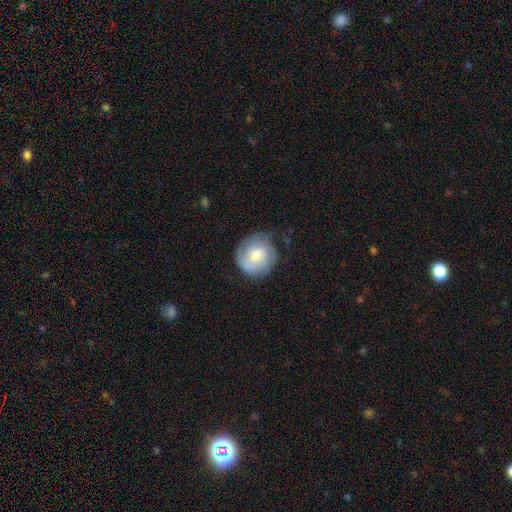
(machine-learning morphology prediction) The model was most divided on "smooth or featured": featured or disk: 48%, smooth: 44%, star or artifact: 7%. More confident: merging — none (66%).